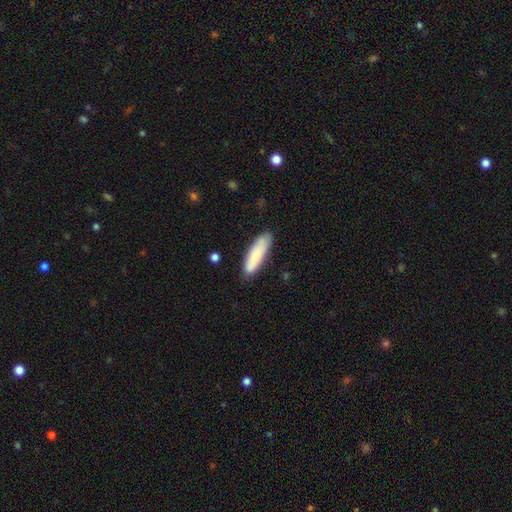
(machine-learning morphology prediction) smooth-or-featured: smooth: 80% | featured or disk: 15% | star or artifact: 6%
  how-rounded: cigar-shaped: 63% | in between: 36% | round: 1%
  merging: none: 83% | minor disturbance: 13% | major disturbance: 2% | merger: 2%